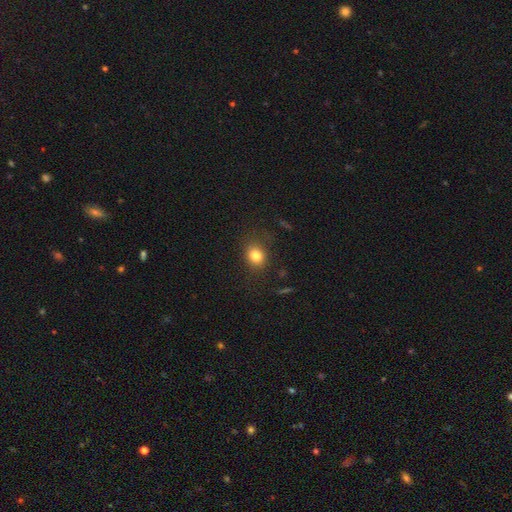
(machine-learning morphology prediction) smooth-or-featured: smooth: 80% | star or artifact: 12% | featured or disk: 8%
  how-rounded: round: 59% | in between: 40% | cigar-shaped: 1%
  merging: none: 81% | minor disturbance: 13% | major disturbance: 5% | merger: 1%